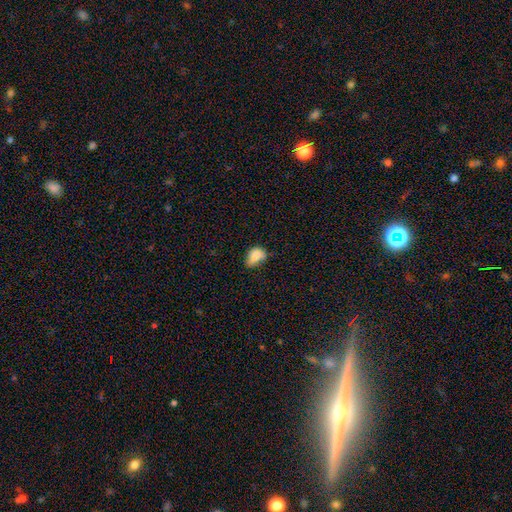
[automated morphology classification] Smooth or featured?
  - smooth: 82% *
  - featured or disk: 9%
  - star or artifact: 9%
How rounded?
  - in between: 74% *
  - round: 25%
  - cigar-shaped: 1%
Merging?
  - minor disturbance: 42% *
  - none: 39%
  - major disturbance: 13%
  - merger: 6%